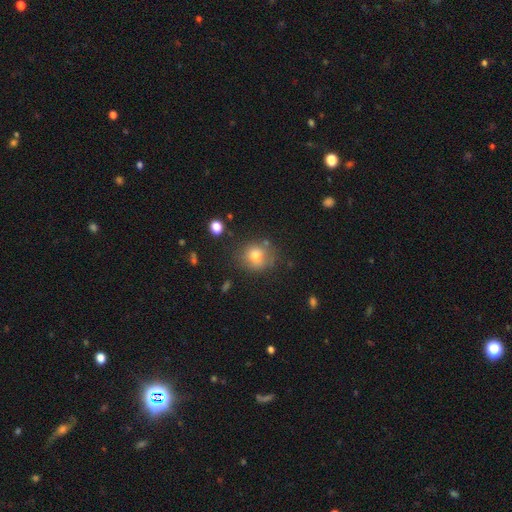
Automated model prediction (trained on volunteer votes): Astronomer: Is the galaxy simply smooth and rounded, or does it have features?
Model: smooth — 75%.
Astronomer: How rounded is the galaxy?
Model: round — 80%.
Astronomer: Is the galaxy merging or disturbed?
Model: none — 72%.